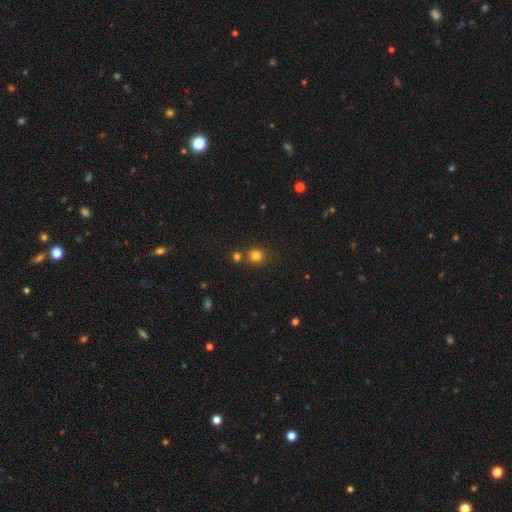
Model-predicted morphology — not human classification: Overall: smooth (79%). How rounded: round (85%). Merging: none (70%).